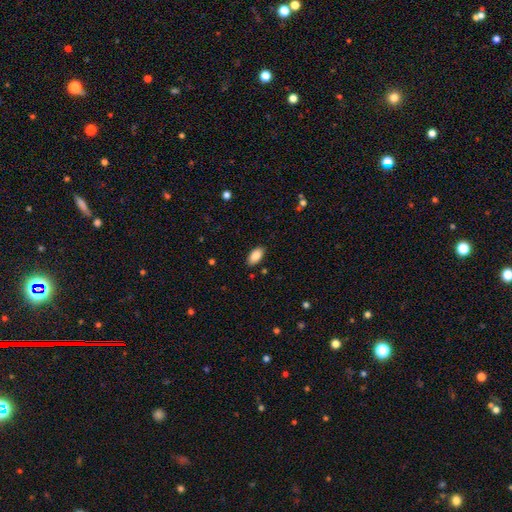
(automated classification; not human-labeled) A smooth galaxy with no disk features (88%) that is in between round and cigar-shaped (94%). Merging: none (86%).